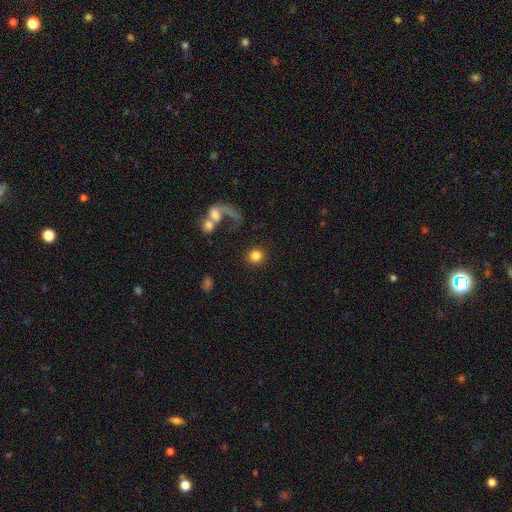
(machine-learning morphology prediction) A smooth galaxy with no disk features (82%) that is round (93%).

Vote fractions:
- Smooth or featured? smooth: 82% / featured or disk: 9% / star or artifact: 9%
- How rounded? round: 93% / in between: 6% / cigar-shaped: 1%
- Merging? none: 81% / merger: 8% / minor disturbance: 6% / major disturbance: 5%